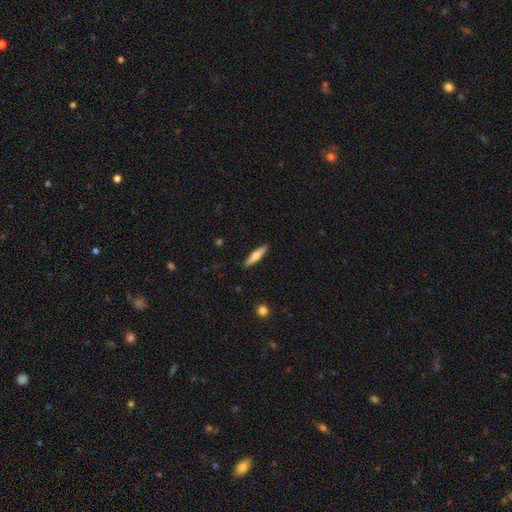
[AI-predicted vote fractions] Morphology: type=smooth (58%); roundness=cigar-shaped (82%); merging=none (90%).